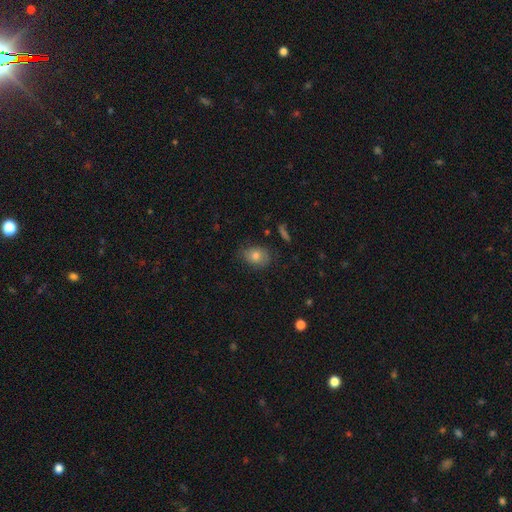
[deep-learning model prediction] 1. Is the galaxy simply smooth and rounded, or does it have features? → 76% smooth, 13% featured or disk, 11% star or artifact.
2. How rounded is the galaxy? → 66% in between, 32% round, 1% cigar-shaped.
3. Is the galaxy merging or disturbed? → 75% none, 19% minor disturbance, 4% major disturbance, 1% merger.